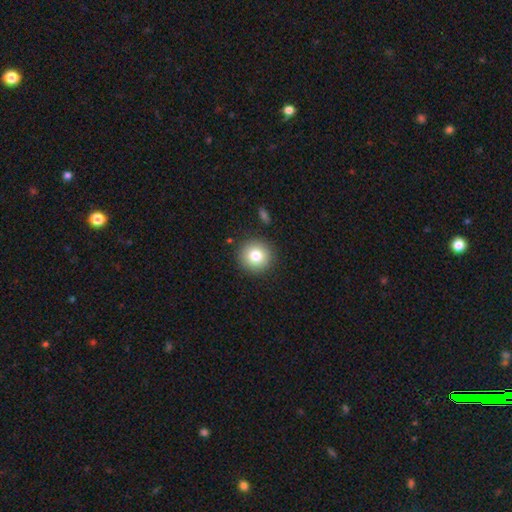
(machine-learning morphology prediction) Smooth or featured? smooth (80%)
How rounded? round (94%)
Merging? none (89%)